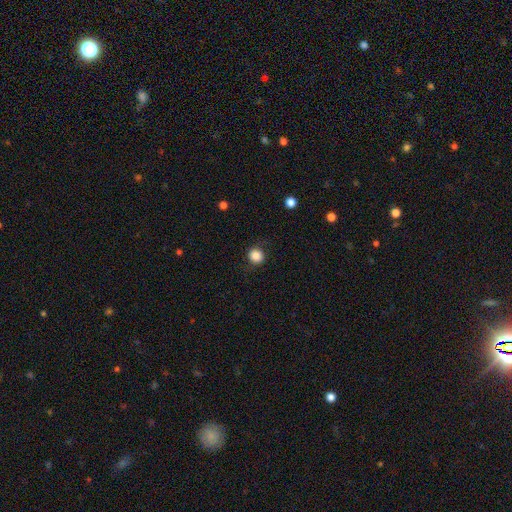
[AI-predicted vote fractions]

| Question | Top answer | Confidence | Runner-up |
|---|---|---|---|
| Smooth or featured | smooth | 85% | star or artifact (10%) |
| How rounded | round | 89% | in between (10%) |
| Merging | none | 84% | minor disturbance (11%) |